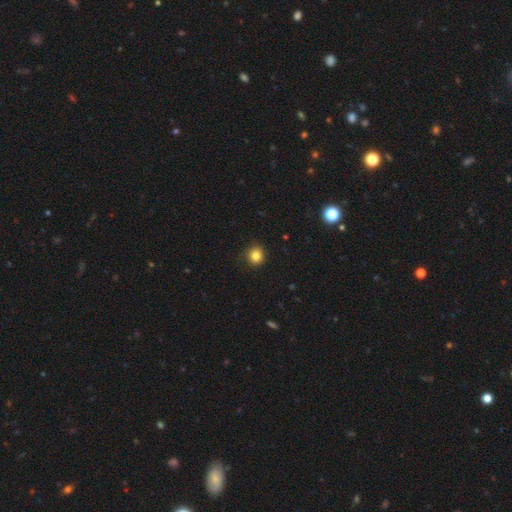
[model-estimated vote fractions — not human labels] This appears to be a smooth galaxy with no disk features (83%) that is round (85%). Merging: none (84%).